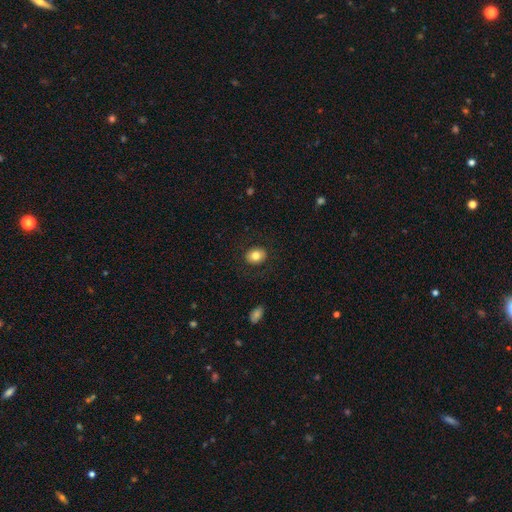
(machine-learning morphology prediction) The model was most divided on "how rounded": round: 54%, in between: 45%, cigar-shaped: 1%. More confident: merging — none (87%); smooth or featured — smooth (80%).